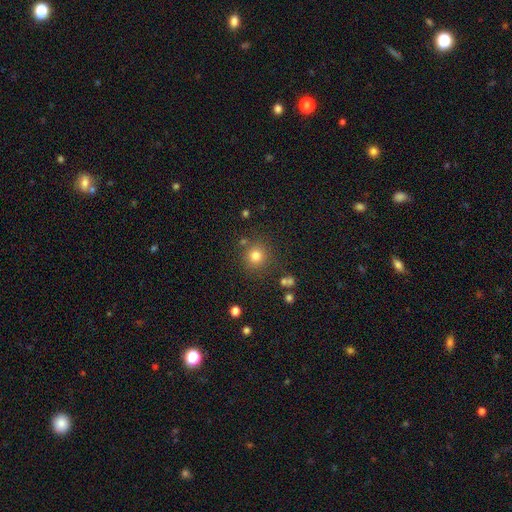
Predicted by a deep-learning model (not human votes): The model was most divided on "smooth or featured": smooth: 79%, star or artifact: 14%, featured or disk: 7%. More confident: how rounded — round (93%); merging — none (83%).